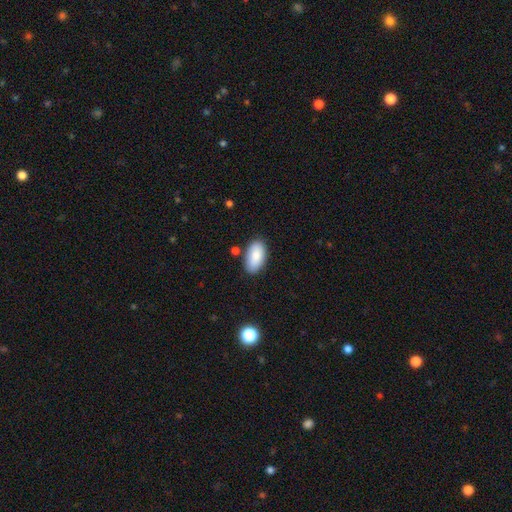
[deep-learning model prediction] Overall: smooth (86%). How rounded: in between (95%). Merging: none (82%).